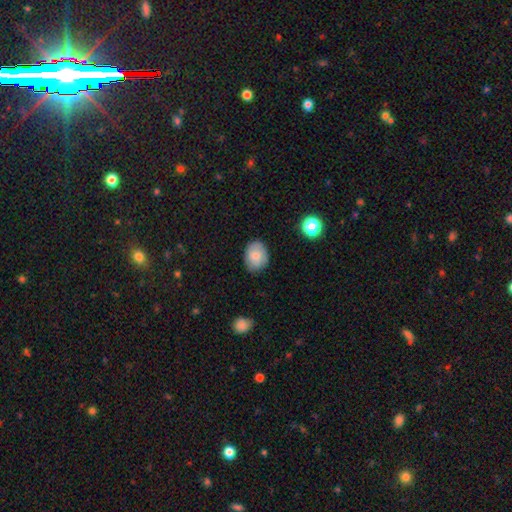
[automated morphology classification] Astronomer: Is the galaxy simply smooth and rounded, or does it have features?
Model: smooth — 80%.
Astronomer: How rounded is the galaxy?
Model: in between — 59% (runner-up: round, 40%).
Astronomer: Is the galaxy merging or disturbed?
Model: none — 81%.